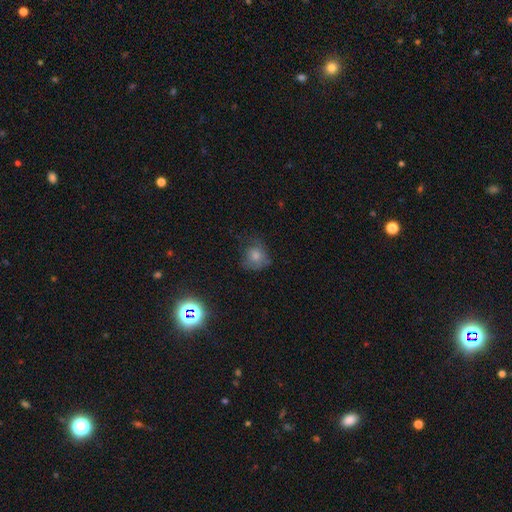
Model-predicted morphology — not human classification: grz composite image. It shows a smooth galaxy with no disk features (71%) that is round (77%). Merging: none (52%).